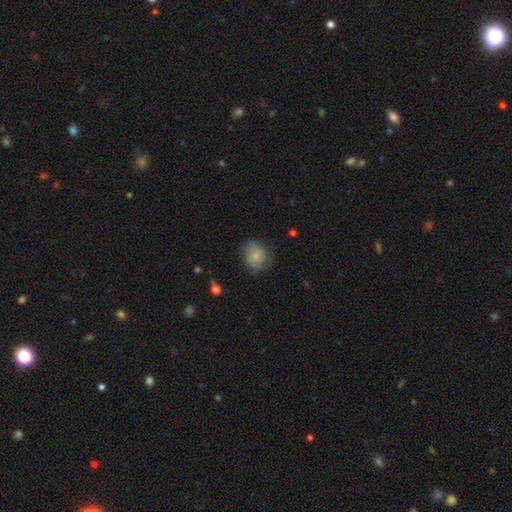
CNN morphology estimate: The model was most divided on "merging": none: 65%, minor disturbance: 25%, major disturbance: 9%, merger: 1%. More confident: how rounded — round (80%); smooth or featured — smooth (70%).